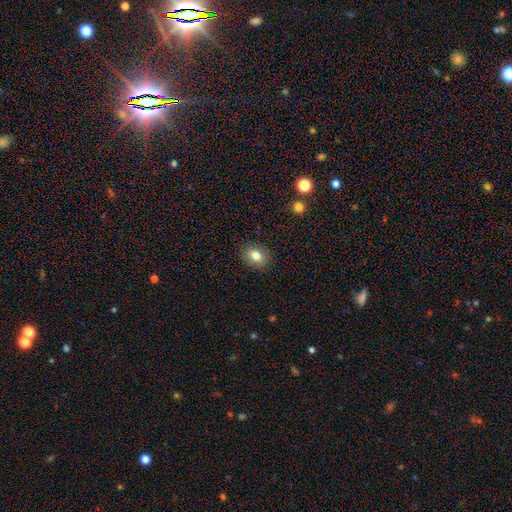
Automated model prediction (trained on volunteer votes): Morphology: type=smooth (81%); roundness=in between (61%); merging=none (87%).